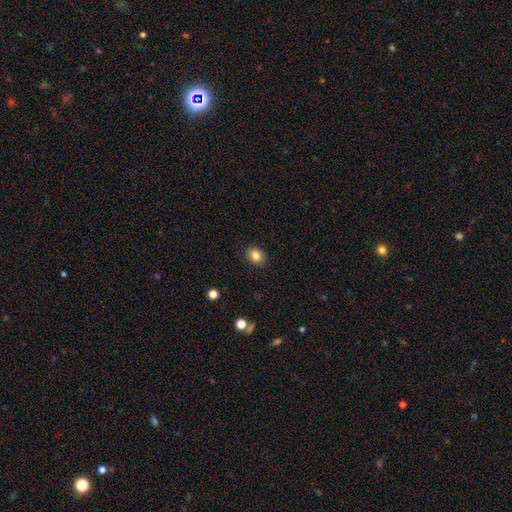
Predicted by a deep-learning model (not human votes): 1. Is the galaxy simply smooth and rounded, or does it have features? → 83% smooth, 10% star or artifact, 7% featured or disk.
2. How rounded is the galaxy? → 60% in between, 39% round, 1% cigar-shaped.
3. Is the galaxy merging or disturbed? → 88% none, 9% minor disturbance, 2% major disturbance, 1% merger.